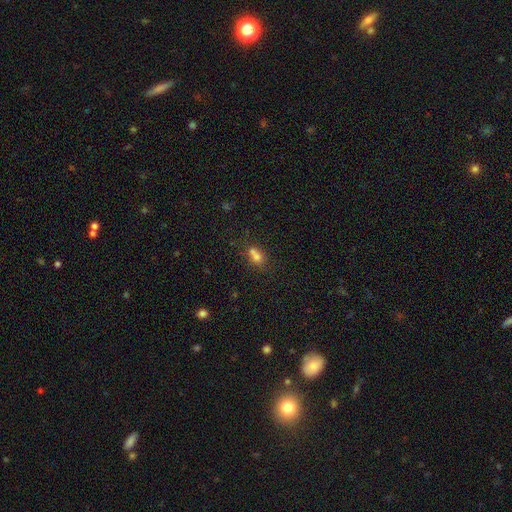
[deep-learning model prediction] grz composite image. It shows a smooth galaxy with no disk features (69%) that is round (56%). Merging: merger (55%).